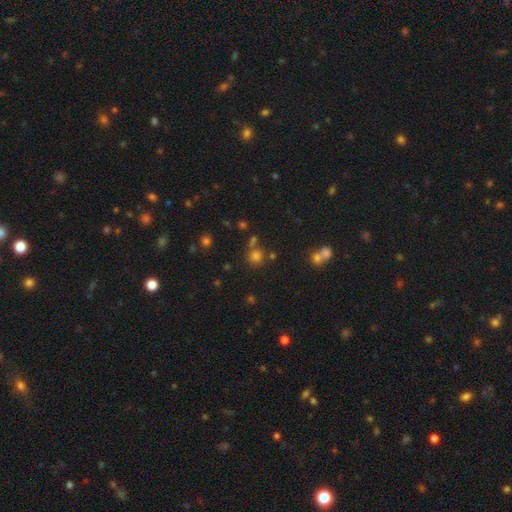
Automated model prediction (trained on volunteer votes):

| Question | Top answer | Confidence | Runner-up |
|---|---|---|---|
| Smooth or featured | smooth | 73% | star or artifact (20%) |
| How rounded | round | 89% | in between (10%) |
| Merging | none | 66% | merger (19%) |